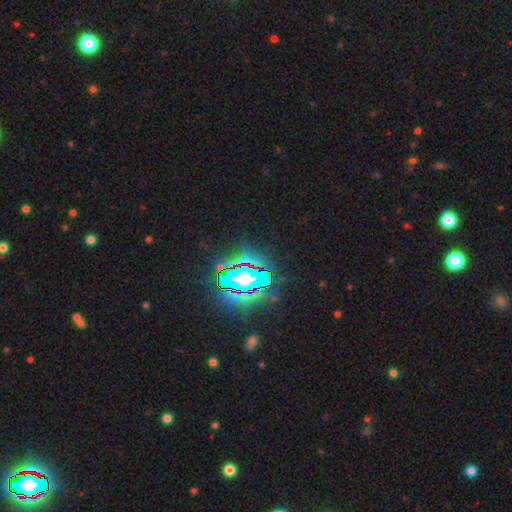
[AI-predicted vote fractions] Smooth or featured?
  - star or artifact: 86% *
  - smooth: 8%
  - featured or disk: 6%